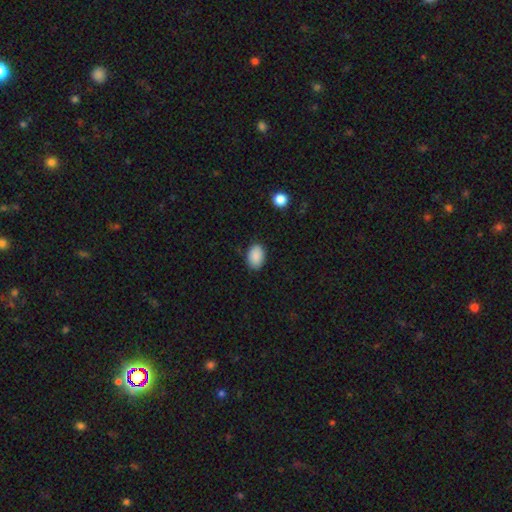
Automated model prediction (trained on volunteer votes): This appears to be a smooth galaxy with no disk features (89%) that is in between round and cigar-shaped (85%). Merging: none (85%).